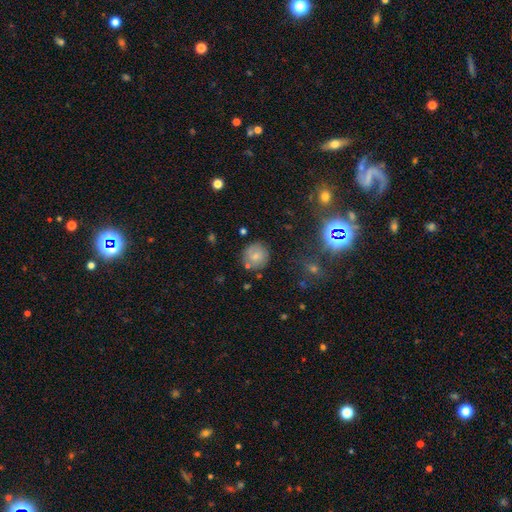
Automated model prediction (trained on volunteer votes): Morphology: type=smooth (65%); roundness=round (90%); merging=none (76%).